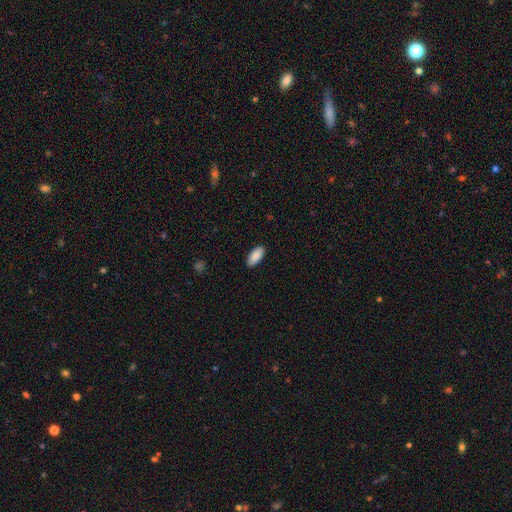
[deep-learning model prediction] This appears to be a smooth galaxy with no disk features (90%) that is in between round and cigar-shaped (89%). Merging: none (88%).